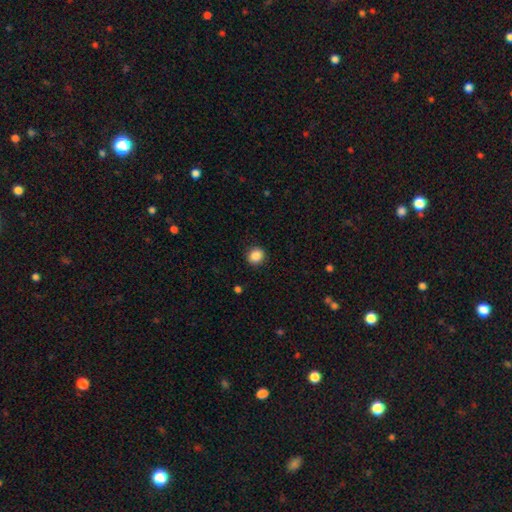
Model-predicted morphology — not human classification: smooth-or-featured: smooth: 87% | star or artifact: 9% | featured or disk: 3%
  how-rounded: round: 84% | in between: 15% | cigar-shaped: 1%
  merging: none: 90% | minor disturbance: 7% | major disturbance: 2% | merger: 1%